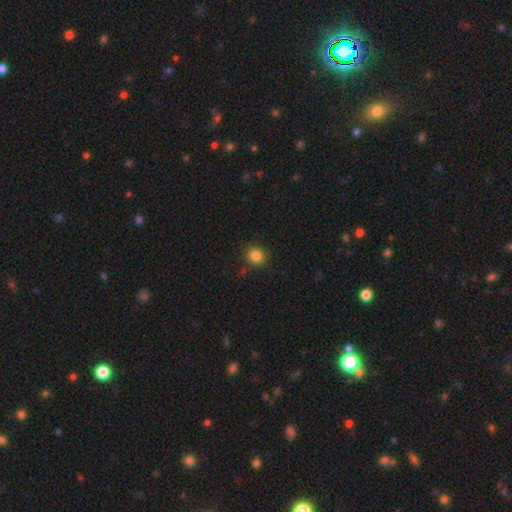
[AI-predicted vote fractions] A smooth galaxy with no disk features (85%) that is round (83%).

Vote fractions:
- Smooth or featured? smooth: 85% / star or artifact: 11% / featured or disk: 4%
- How rounded? round: 83% / in between: 16% / cigar-shaped: 1%
- Merging? none: 85% / minor disturbance: 10% / major disturbance: 3% / merger: 2%